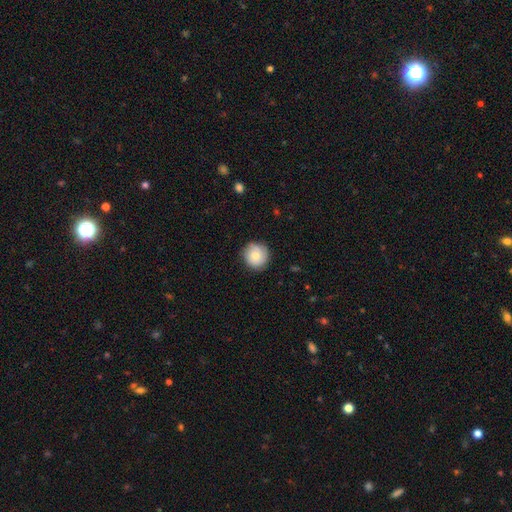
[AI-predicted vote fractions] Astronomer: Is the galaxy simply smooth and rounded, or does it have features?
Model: smooth — 74%.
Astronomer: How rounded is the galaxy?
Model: round — 94%.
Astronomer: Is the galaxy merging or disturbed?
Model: none — 84%.